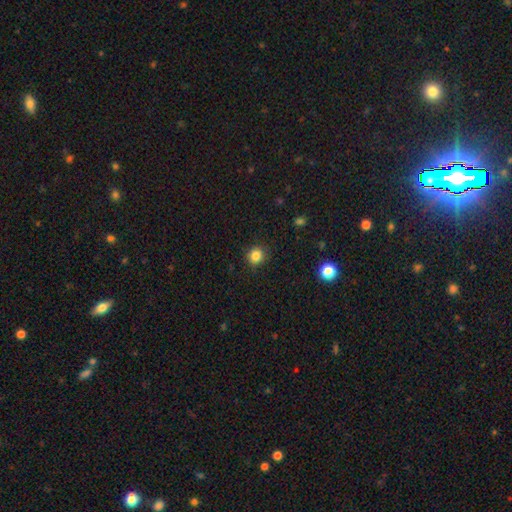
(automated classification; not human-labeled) Morphology: type=smooth (84%); roundness=round (89%); merging=none (90%).